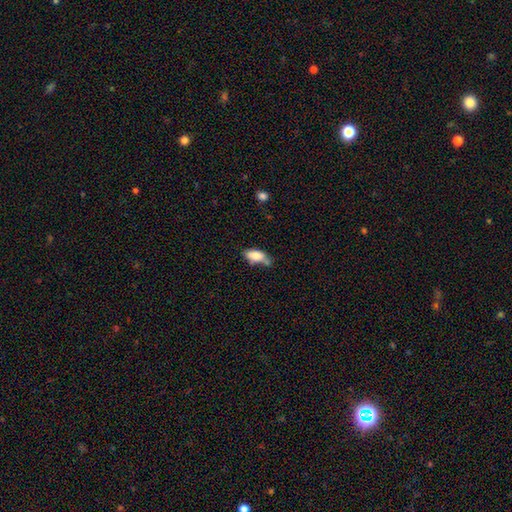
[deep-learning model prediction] This is likely a smooth galaxy (78%). How rounded: clearly in between (87%). Merging: marginally none (44%).